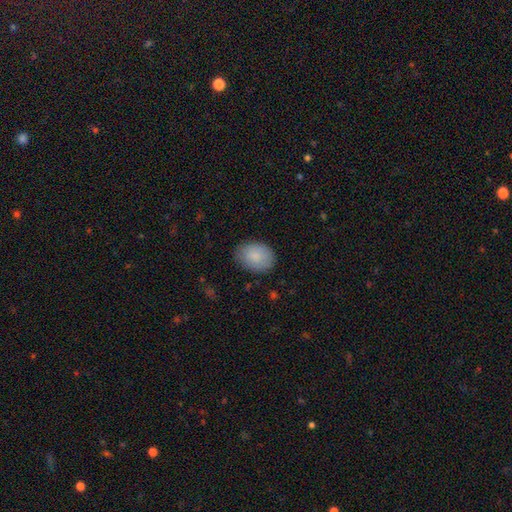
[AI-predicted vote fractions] Morphology: type=smooth (87%); roundness=in between (75%); merging=none (82%).